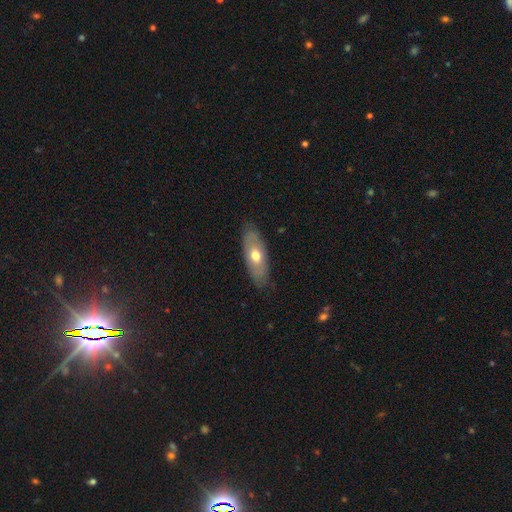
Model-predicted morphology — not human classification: Smooth or featured? smooth (56%)
How rounded? in between (79%)
Merging? none (81%)